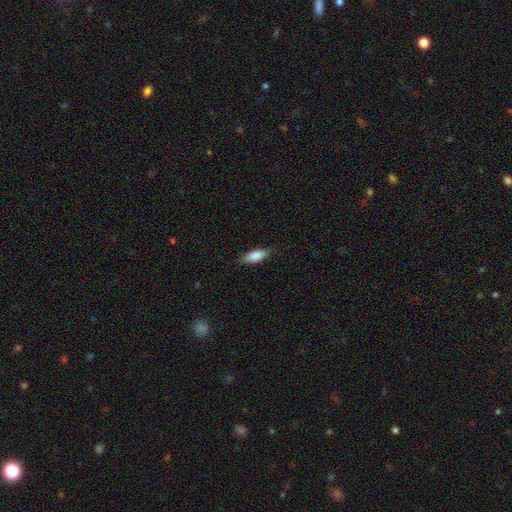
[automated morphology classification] Smooth or featured? smooth (83%)
How rounded? in between (66%)
Merging? none (84%)